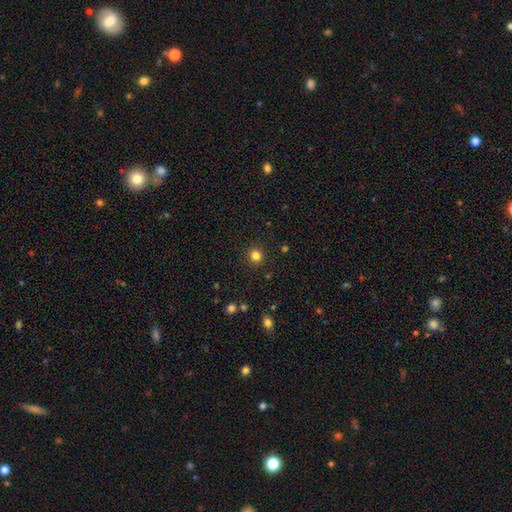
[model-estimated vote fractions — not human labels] A smooth galaxy with no disk features (82%) that is round (94%).

Vote fractions:
- Smooth or featured? smooth: 82% / star or artifact: 14% / featured or disk: 4%
- How rounded? round: 94% / in between: 5% / cigar-shaped: 1%
- Merging? none: 91% / minor disturbance: 5% / major disturbance: 2% / merger: 1%